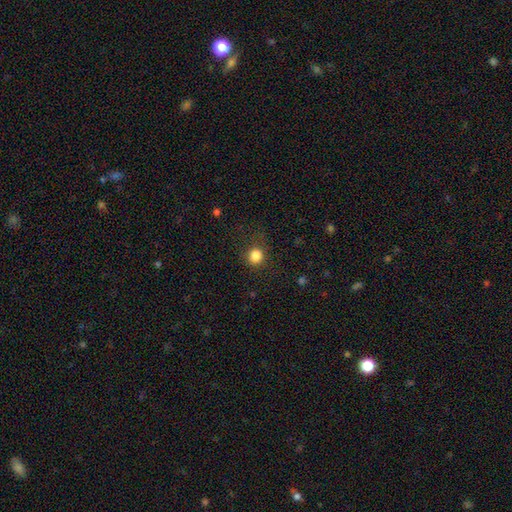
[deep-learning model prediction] Morphology: type=smooth (84%); roundness=round (88%); merging=none (82%).